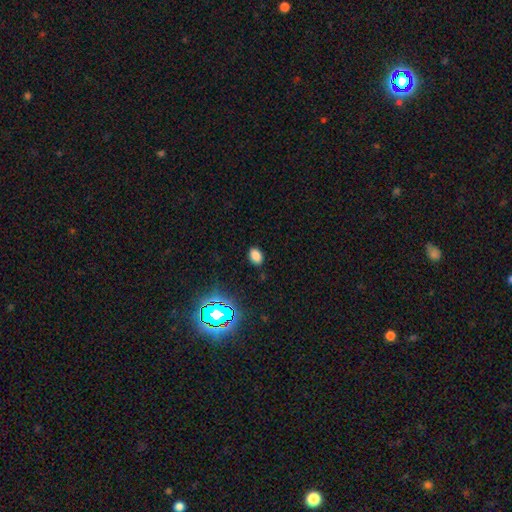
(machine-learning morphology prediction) Smooth or featured: smooth — 78% (star or artifact — 17%)
How rounded: in between — 83% (round — 16%)
Merging: none — 85% (minor disturbance — 11%)